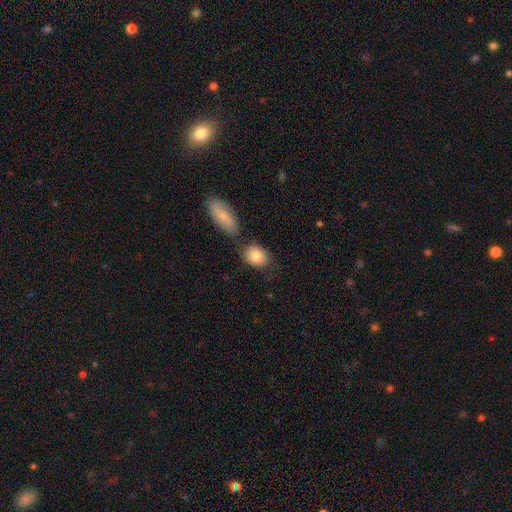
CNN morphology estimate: The model was most divided on "how rounded": in between: 66%, round: 32%, cigar-shaped: 2%. More confident: smooth or featured — smooth (83%); merging — none (66%).